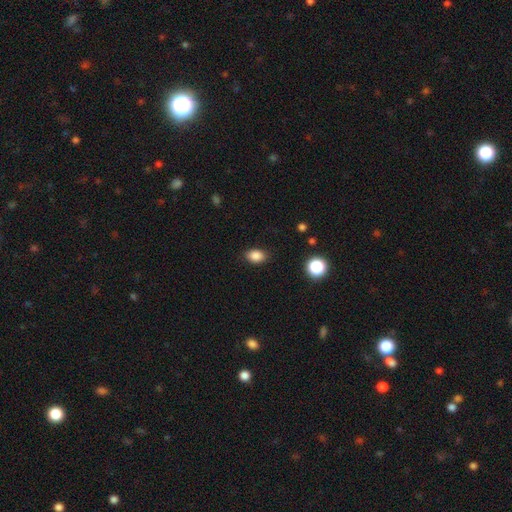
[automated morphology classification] smooth-or-featured: smooth: 86% | star or artifact: 10% | featured or disk: 4%
  how-rounded: in between: 80% | round: 18% | cigar-shaped: 1%
  merging: none: 86% | minor disturbance: 11% | major disturbance: 3% | merger: 1%